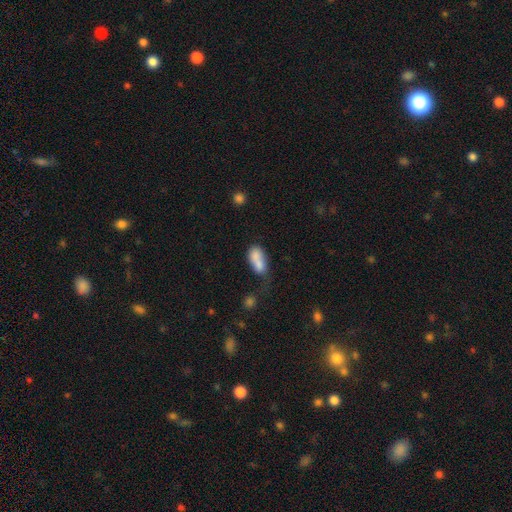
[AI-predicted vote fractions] Q: Smooth or featured?
A: smooth (74%); runner-up: featured or disk (17%)
Q: How rounded?
A: in between (82%); runner-up: round (10%)
Q: Merging?
A: merger (51%); runner-up: none (23%)